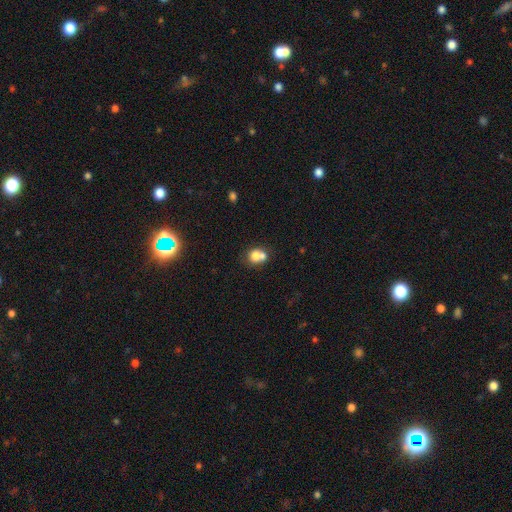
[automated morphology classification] Overall: smooth (74%). How rounded: round (69%; in between 30%). Merging: merger (56%; none 32%).